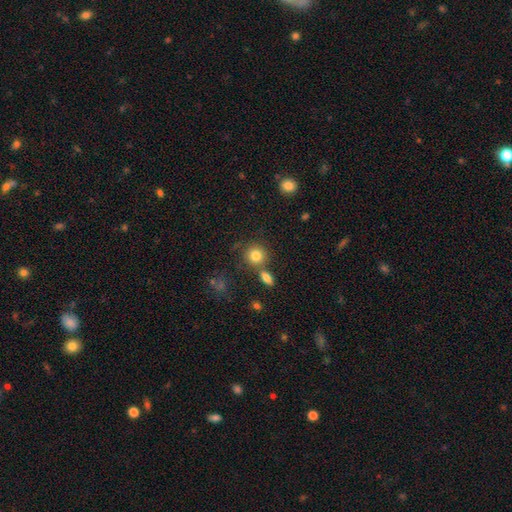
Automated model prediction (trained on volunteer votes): smooth-or-featured: smooth: 81% | star or artifact: 11% | featured or disk: 9%
  how-rounded: round: 88% | in between: 11% | cigar-shaped: 1%
  merging: none: 68% | merger: 18% | minor disturbance: 10% | major disturbance: 4%